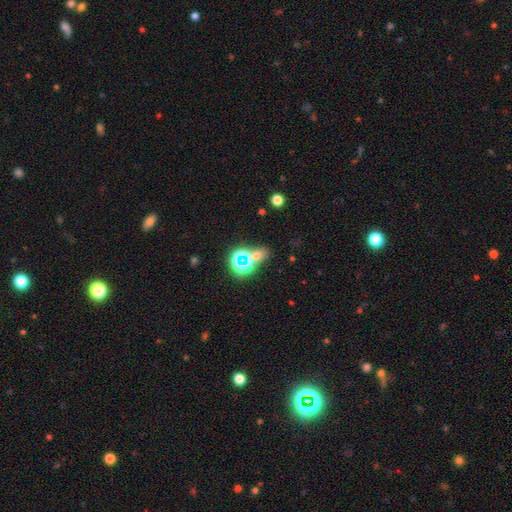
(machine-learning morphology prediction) A star or artifact, not a galaxy (47%).

Vote fractions:
- Smooth or featured? star or artifact: 47% / smooth: 43% / featured or disk: 10%